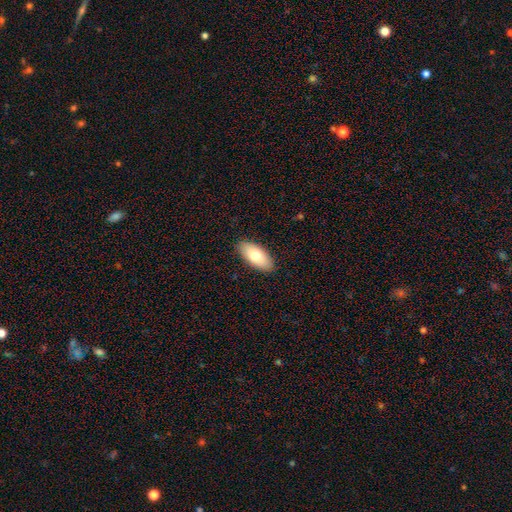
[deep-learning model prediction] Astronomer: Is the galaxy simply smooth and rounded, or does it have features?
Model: smooth — 77%.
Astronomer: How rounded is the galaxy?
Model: in between — 91%.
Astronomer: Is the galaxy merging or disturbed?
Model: none — 89%.